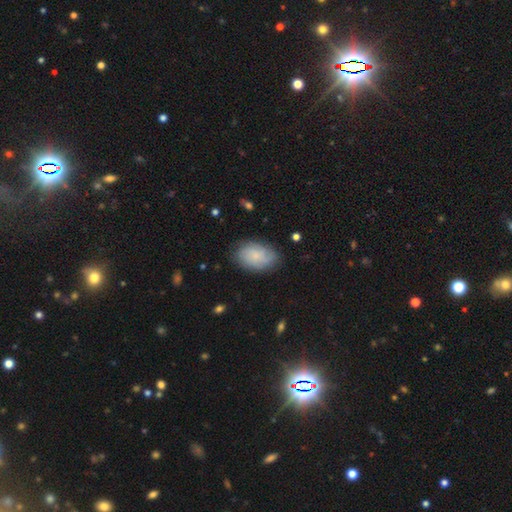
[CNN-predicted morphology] Smooth or featured? smooth (62%)
How rounded? in between (88%)
Merging? none (77%)